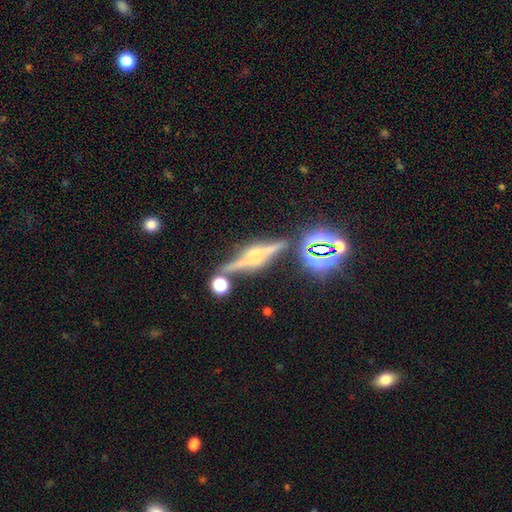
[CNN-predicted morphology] This is likely a featured or disk galaxy (72%). It is clearly viewed edge-on (95%). Edge-on bulge: likely rounded (73%). Merging: likely none (74%).